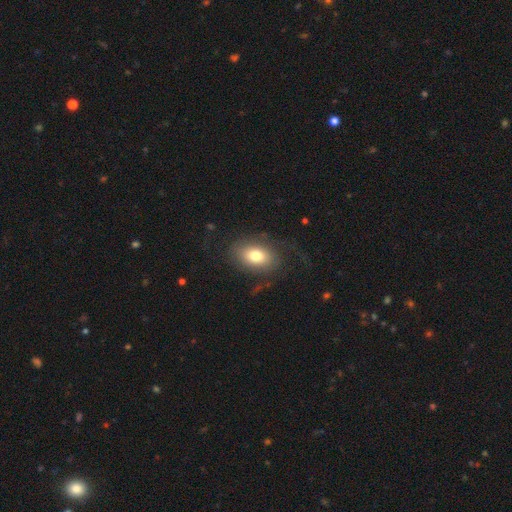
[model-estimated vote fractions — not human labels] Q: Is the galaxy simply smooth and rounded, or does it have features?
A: smooth — 66%.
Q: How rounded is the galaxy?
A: in between — 83%.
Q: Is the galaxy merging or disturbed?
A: none — 65%.